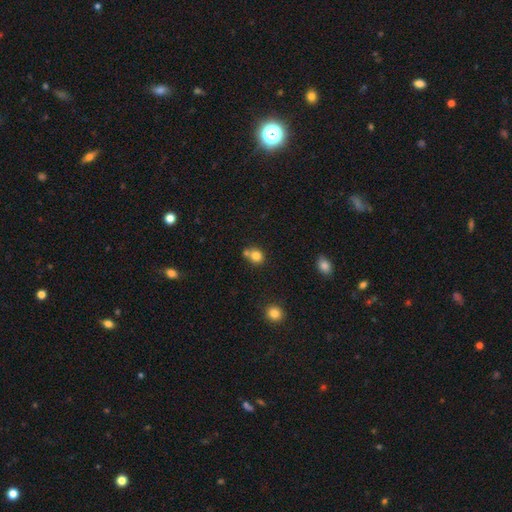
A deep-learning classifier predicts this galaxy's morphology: A smooth galaxy with no disk features (81%) that is round (75%). Merging: none (56%).